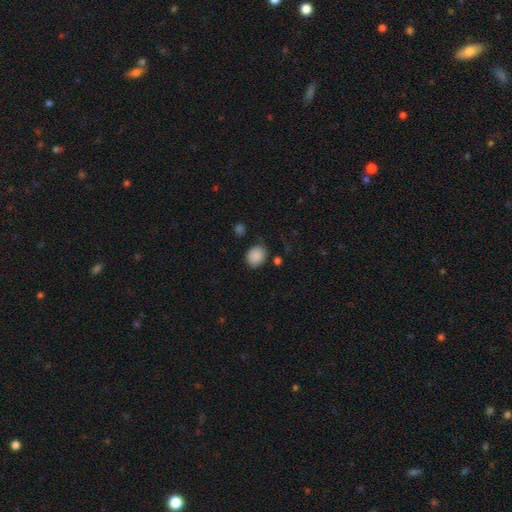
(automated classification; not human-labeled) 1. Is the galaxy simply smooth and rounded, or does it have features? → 88% smooth, 8% star or artifact, 4% featured or disk.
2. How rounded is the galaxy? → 66% round, 33% in between, 1% cigar-shaped.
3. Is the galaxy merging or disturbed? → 76% none, 16% minor disturbance, 4% major disturbance, 3% merger.